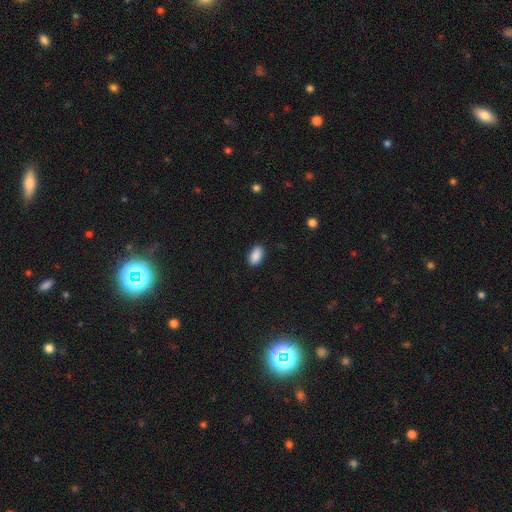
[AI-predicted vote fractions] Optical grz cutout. It shows a smooth galaxy with no disk features (89%) that is in between round and cigar-shaped (93%). Merging: none (88%).